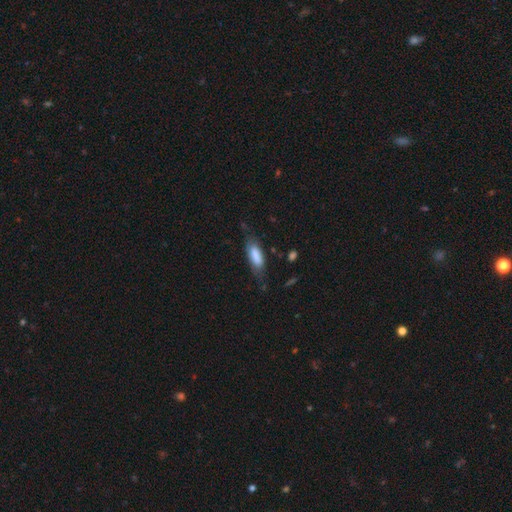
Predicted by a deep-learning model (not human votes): Smooth or featured? smooth (77%)
How rounded? in between (67%)
Merging? none (62%)